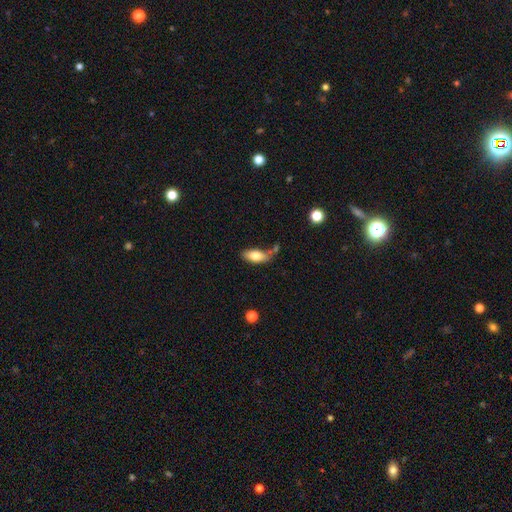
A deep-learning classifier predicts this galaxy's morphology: This appears to be a smooth galaxy with no disk features (76%) that is in between round and cigar-shaped (84%). Merging: none (55%).